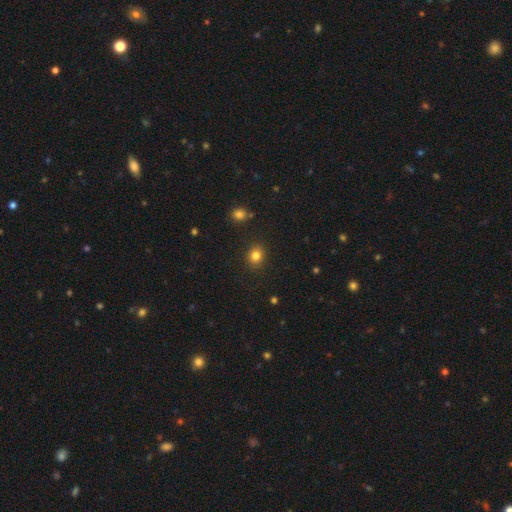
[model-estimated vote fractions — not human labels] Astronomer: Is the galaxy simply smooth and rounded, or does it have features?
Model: smooth — 82%.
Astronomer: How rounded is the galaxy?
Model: round — 66%.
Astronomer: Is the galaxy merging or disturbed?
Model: none — 88%.